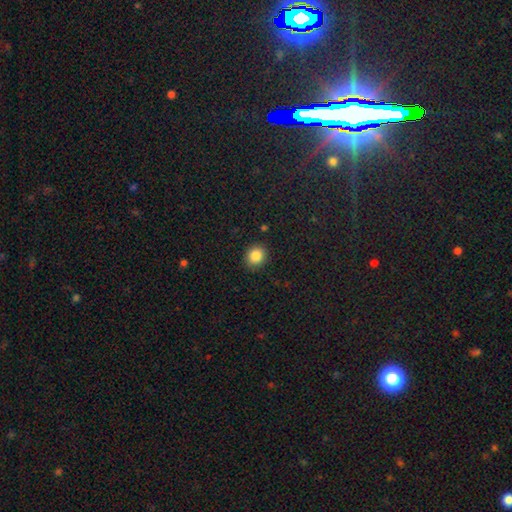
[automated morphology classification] smooth-or-featured: smooth: 86% | star or artifact: 10% | featured or disk: 4%
  how-rounded: round: 75% | in between: 24% | cigar-shaped: 1%
  merging: none: 88% | minor disturbance: 8% | major disturbance: 2% | merger: 1%